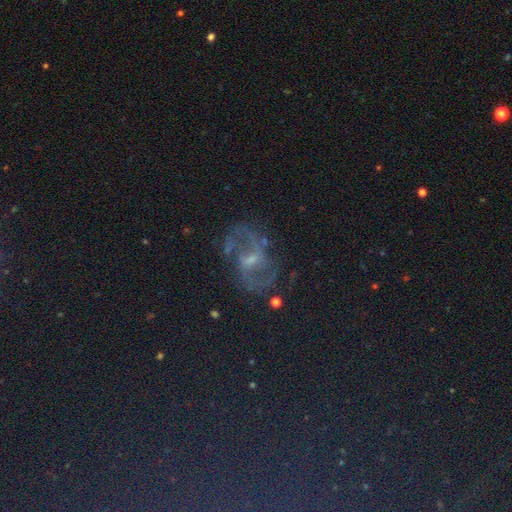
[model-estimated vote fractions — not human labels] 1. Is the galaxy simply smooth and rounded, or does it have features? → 45% featured or disk, 39% star or artifact, 16% smooth.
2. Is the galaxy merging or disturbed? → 69% none, 17% minor disturbance, 10% major disturbance, 3% merger.